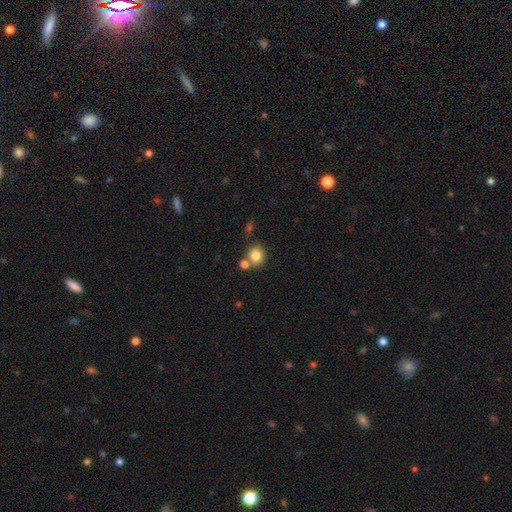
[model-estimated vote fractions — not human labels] This appears to be a smooth galaxy with no disk features (82%) that is round (83%). Merging: none (66%).